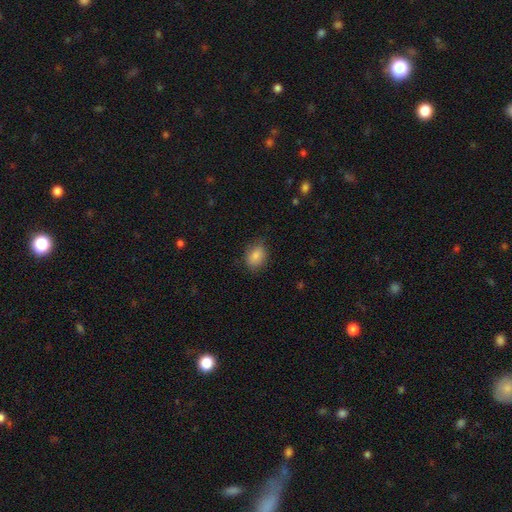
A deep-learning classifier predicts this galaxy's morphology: Q: Smooth or featured?
A: smooth (84%); runner-up: star or artifact (8%)
Q: How rounded?
A: in between (70%); runner-up: round (29%)
Q: Merging?
A: none (80%); runner-up: minor disturbance (15%)